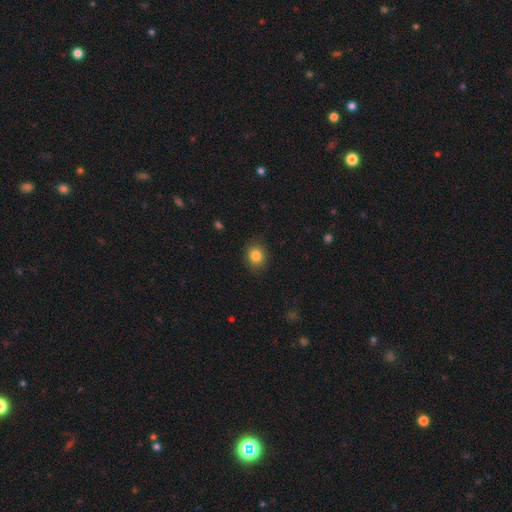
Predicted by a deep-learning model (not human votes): smooth_or_featured: smooth (p=0.84) [alt: star or artifact p=0.10]
how_rounded: round (p=0.61) [alt: in between p=0.38]
merging: none (p=0.87) [alt: minor disturbance p=0.10]